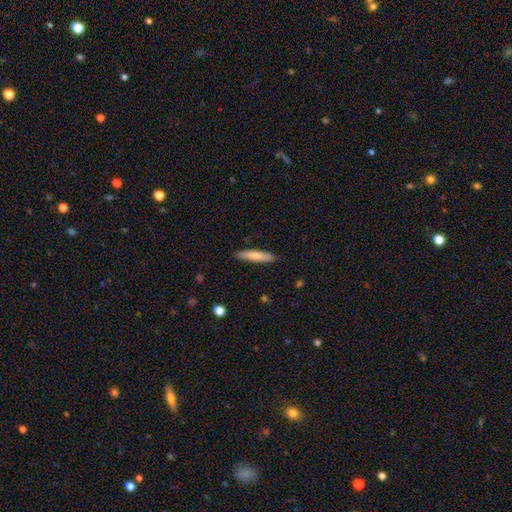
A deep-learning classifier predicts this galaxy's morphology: type=smooth (77%); roundness=cigar-shaped (87%); merging=none (88%).